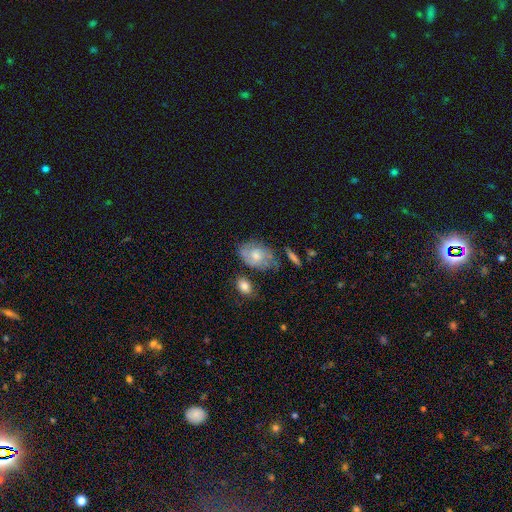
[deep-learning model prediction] A featured or disk galaxy (61%) with no bar (70%), spiral arms (84%) and a moderate central bulge (46%). Merging: none (57%).